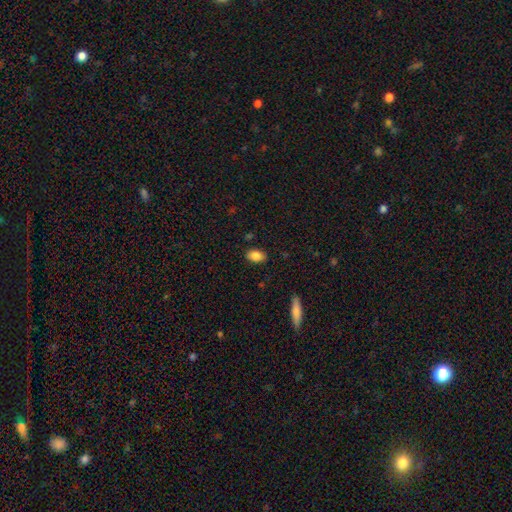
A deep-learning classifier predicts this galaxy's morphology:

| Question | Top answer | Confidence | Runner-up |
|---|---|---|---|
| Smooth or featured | smooth | 86% | star or artifact (8%) |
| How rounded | in between | 88% | round (10%) |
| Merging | none | 86% | minor disturbance (10%) |